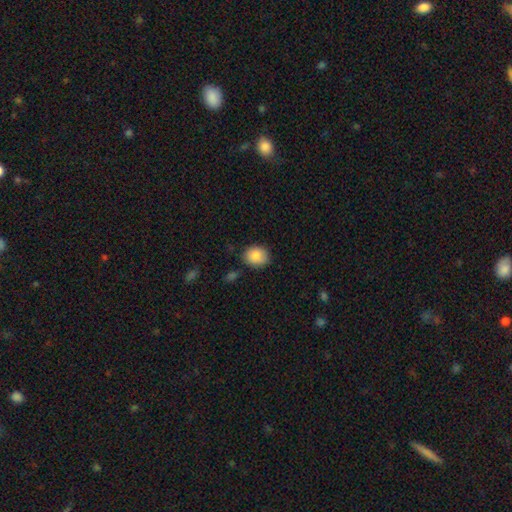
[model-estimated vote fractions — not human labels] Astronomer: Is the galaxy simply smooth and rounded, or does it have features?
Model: smooth — 86%.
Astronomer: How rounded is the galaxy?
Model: round — 56% (runner-up: in between, 43%).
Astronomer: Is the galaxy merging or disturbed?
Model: none — 80%.